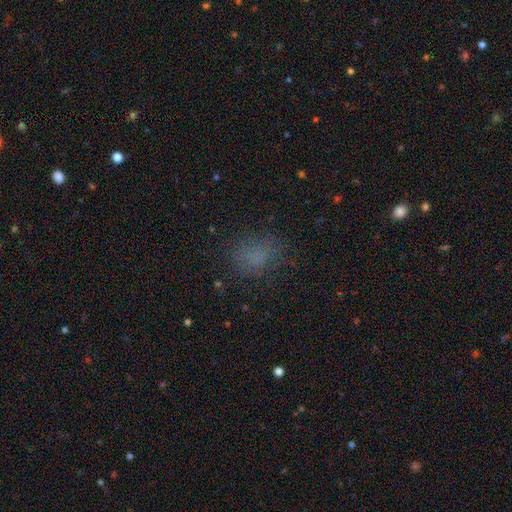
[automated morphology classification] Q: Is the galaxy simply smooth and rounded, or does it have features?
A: smooth — 70%.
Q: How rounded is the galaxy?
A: in between — 60%.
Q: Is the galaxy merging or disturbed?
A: none — 70%.